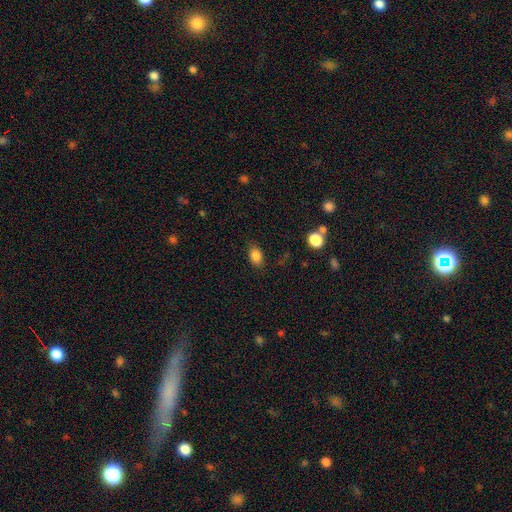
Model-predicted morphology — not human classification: A smooth galaxy with no disk features (84%) that is in between round and cigar-shaped (81%). Merging: none (82%).